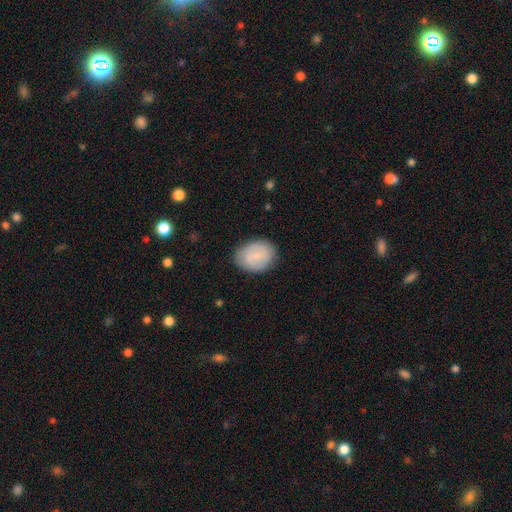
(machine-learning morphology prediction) Smooth or featured? Predicted: smooth (p=0.60). How rounded? Predicted: in between (p=0.57). Merging? Predicted: none (p=0.82).